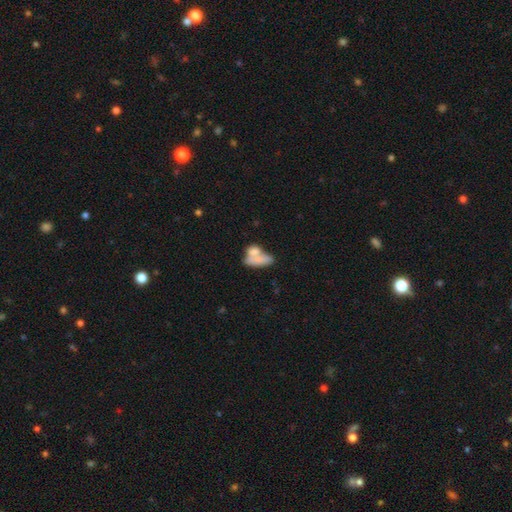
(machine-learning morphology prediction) Smooth or featured: smooth — 71% (featured or disk — 21%)
How rounded: in between — 78% (round — 12%)
Merging: merger — 55% (none — 24%)